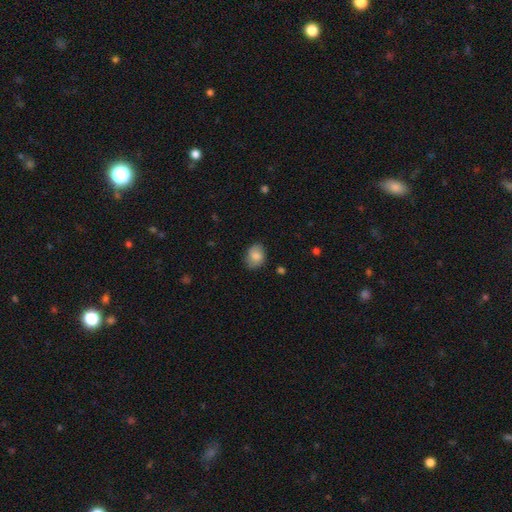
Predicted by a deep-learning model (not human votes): smooth_or_featured: smooth (p=0.79) [alt: featured or disk p=0.13]
how_rounded: in between (p=0.63) [alt: round p=0.36]
merging: none (p=0.76) [alt: minor disturbance p=0.19]